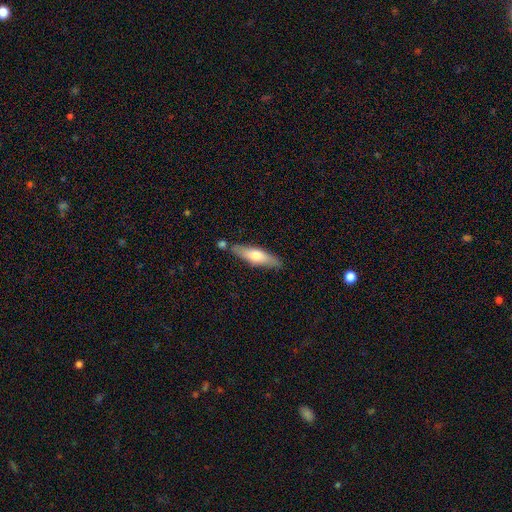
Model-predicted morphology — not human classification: A smooth galaxy with no disk features (57%) that is cigar-shaped (68%). Merging: none (76%).